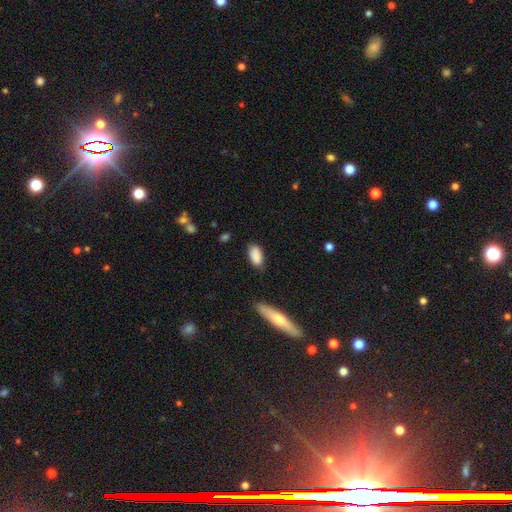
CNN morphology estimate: smooth_or_featured: smooth (p=0.88) [alt: star or artifact p=0.07]
how_rounded: in between (p=0.92) [alt: cigar-shaped p=0.05]
merging: none (p=0.76) [alt: minor disturbance p=0.18]